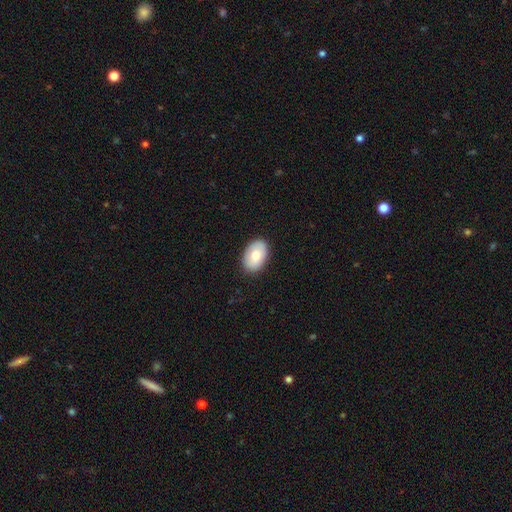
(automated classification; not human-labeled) smooth_or_featured: smooth (p=0.78) [alt: featured or disk p=0.15]
how_rounded: in between (p=0.89) [alt: round p=0.09]
merging: none (p=0.87) [alt: minor disturbance p=0.10]